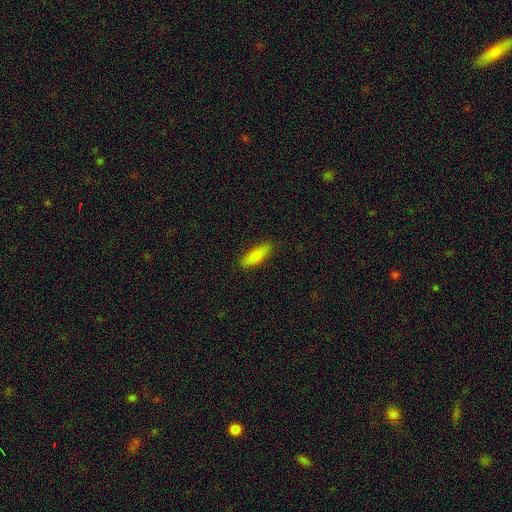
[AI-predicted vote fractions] Overall: smooth (86%). How rounded: in between (56%; cigar-shaped 42%). Merging: none (86%).